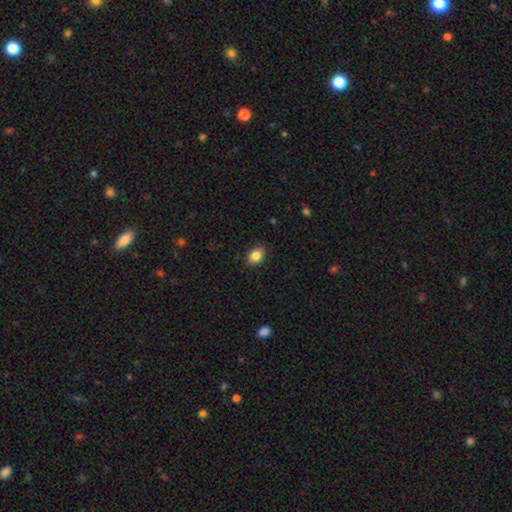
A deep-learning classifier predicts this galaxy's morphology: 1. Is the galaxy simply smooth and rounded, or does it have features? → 86% smooth, 9% star or artifact, 5% featured or disk.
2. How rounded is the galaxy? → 64% in between, 36% round, 1% cigar-shaped.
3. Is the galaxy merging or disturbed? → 89% none, 8% minor disturbance, 2% major disturbance, 1% merger.